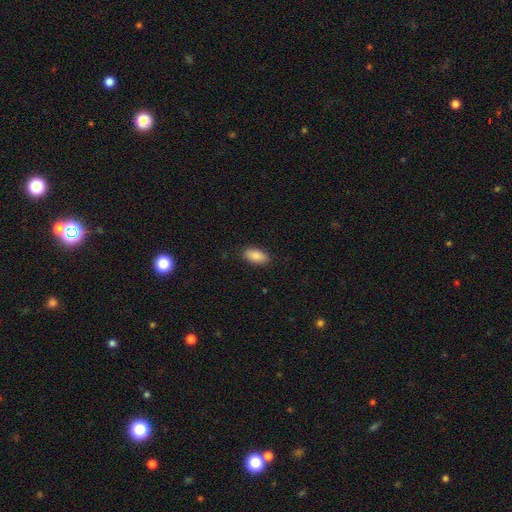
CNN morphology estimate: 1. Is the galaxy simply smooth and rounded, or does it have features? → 88% smooth, 7% star or artifact, 5% featured or disk.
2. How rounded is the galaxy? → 93% in between, 4% cigar-shaped, 3% round.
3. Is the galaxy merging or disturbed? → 88% none, 9% minor disturbance, 2% major disturbance, 1% merger.